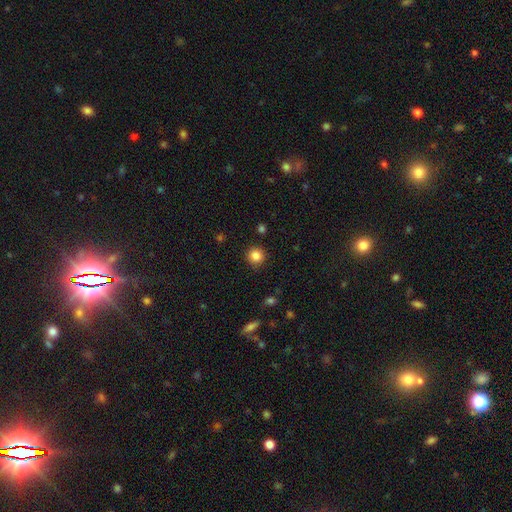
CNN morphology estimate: Smooth or featured: smooth — 85% (star or artifact — 11%)
How rounded: round — 94% (in between — 6%)
Merging: none — 90% (minor disturbance — 7%)